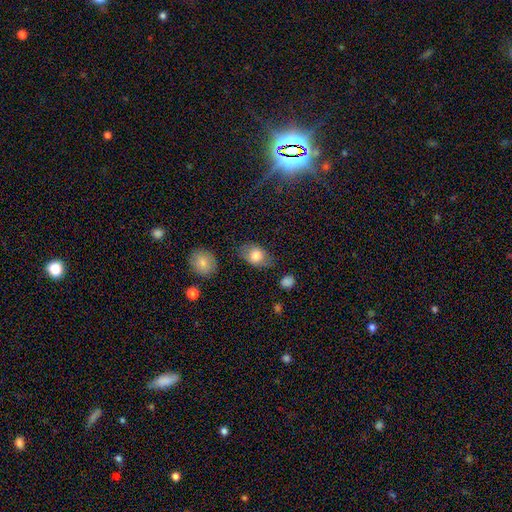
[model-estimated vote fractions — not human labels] smooth_or_featured: smooth (p=0.77) [alt: featured or disk p=0.16]
how_rounded: in between (p=0.78) [alt: round p=0.20]
merging: none (p=0.73) [alt: minor disturbance p=0.19]